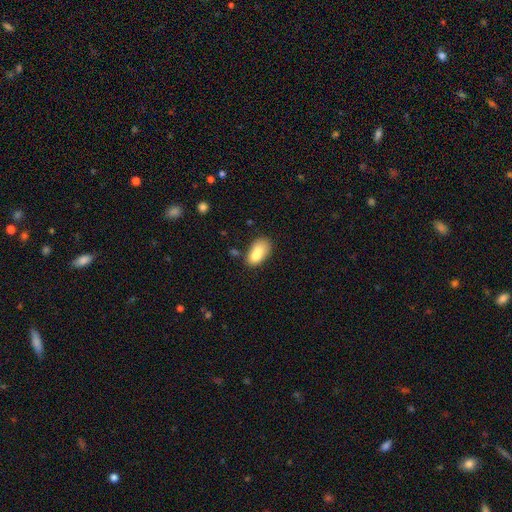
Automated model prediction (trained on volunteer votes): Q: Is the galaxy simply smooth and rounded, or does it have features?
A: smooth — 73%.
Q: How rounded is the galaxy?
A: in between — 88%.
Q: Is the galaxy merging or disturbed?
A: merger — 41%.